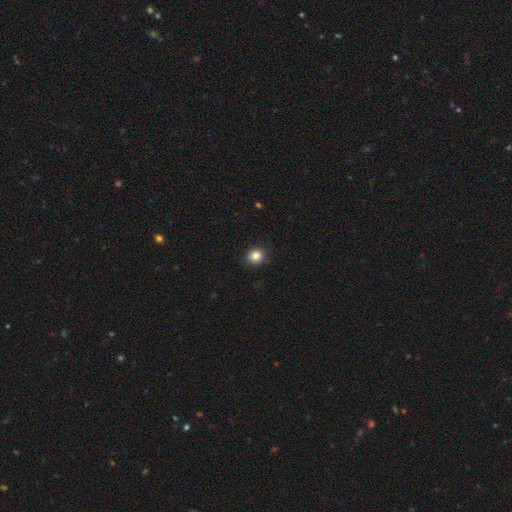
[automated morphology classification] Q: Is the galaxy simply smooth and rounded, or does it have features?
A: smooth — 85%.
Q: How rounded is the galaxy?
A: round — 81%.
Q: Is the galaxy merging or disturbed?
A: none — 90%.